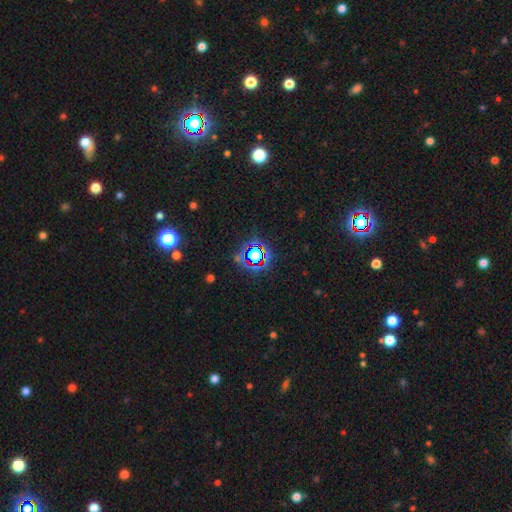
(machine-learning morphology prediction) A star or artifact, not a galaxy (74%).